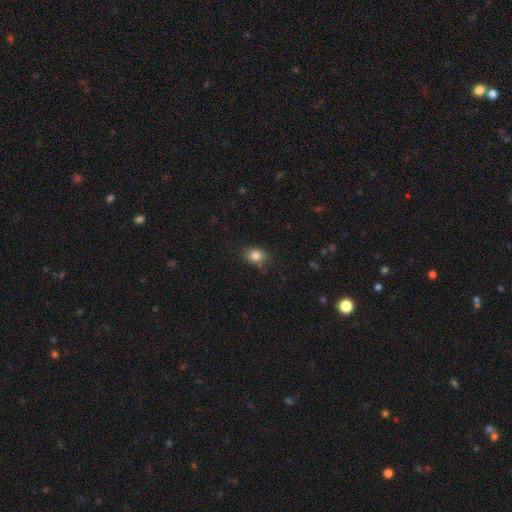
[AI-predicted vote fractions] Smooth or featured?
  - smooth: 83% *
  - star or artifact: 11%
  - featured or disk: 6%
How rounded?
  - round: 58% *
  - in between: 41%
  - cigar-shaped: 1%
Merging?
  - none: 79% *
  - minor disturbance: 15%
  - major disturbance: 4%
  - merger: 2%